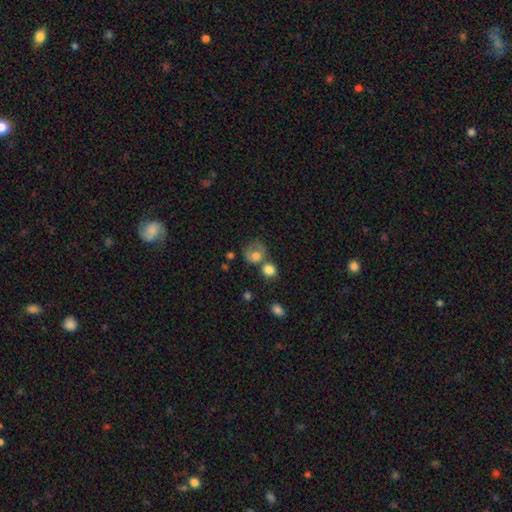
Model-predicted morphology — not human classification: smooth-or-featured: smooth: 74% | featured or disk: 16% | star or artifact: 10%
  how-rounded: round: 68% | in between: 31% | cigar-shaped: 1%
  merging: none: 35% | merger: 33% | minor disturbance: 18% | major disturbance: 14%